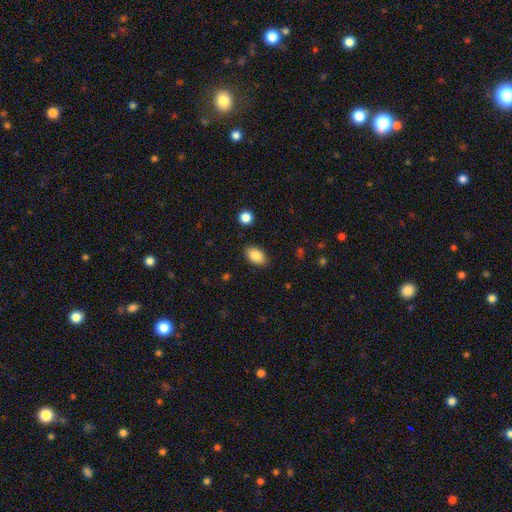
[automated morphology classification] This is clearly a smooth galaxy (86%). How rounded: clearly in between (90%). Merging: clearly none (87%).